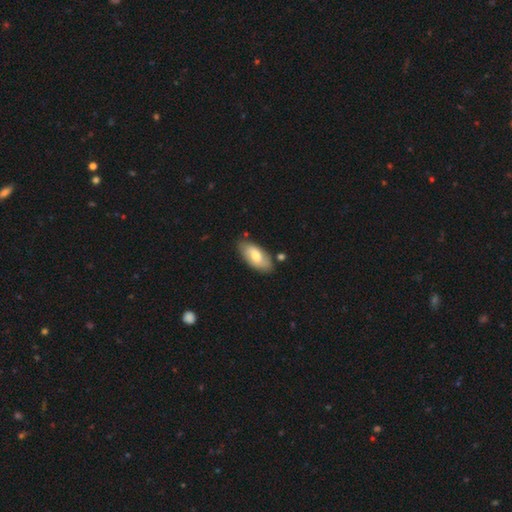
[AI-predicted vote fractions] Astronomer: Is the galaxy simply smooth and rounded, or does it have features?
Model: smooth — 63%.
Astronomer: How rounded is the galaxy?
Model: in between — 92%.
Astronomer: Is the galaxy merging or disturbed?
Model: none — 78%.